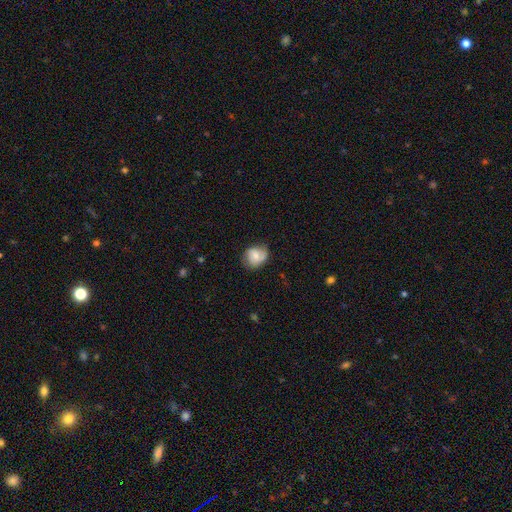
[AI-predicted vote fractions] A smooth galaxy with no disk features (57%) that is round (62%). Merging: none (64%).